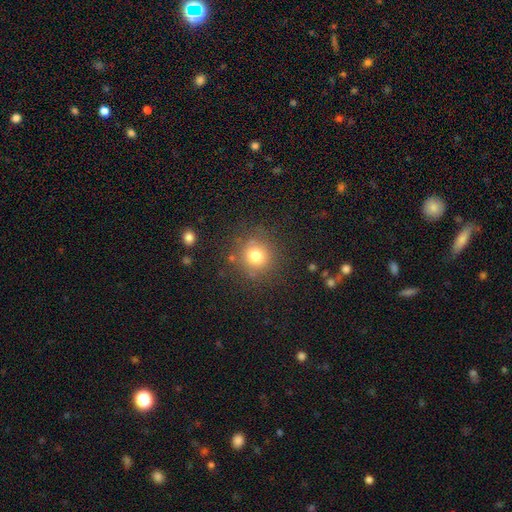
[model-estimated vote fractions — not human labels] This is likely a smooth galaxy (77%). How rounded: clearly round (91%). Merging: clearly none (83%).